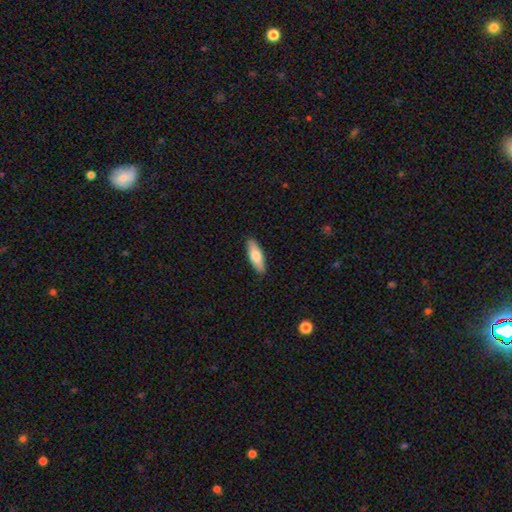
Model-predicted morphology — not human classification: smooth_or_featured: smooth (p=0.76) [alt: featured or disk p=0.19]
how_rounded: in between (p=0.59) [alt: cigar-shaped p=0.39]
merging: none (p=0.89) [alt: minor disturbance p=0.08]